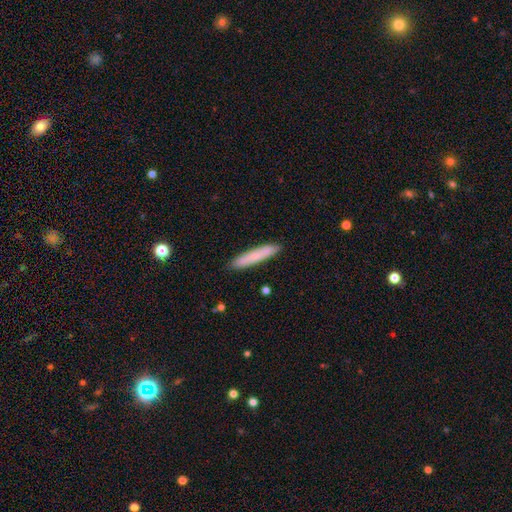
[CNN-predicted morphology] smooth 76%, featured or disk 17%, star or artifact 6%. Down the decision tree: how rounded — cigar-shaped (92%); merging — none (89%).